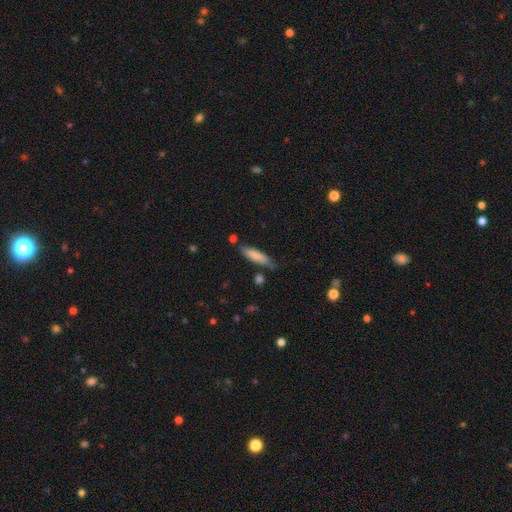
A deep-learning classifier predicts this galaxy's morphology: A smooth galaxy with no disk features (81%) that is cigar-shaped (71%).

Vote fractions:
- Smooth or featured? smooth: 81% / featured or disk: 13% / star or artifact: 6%
- How rounded? cigar-shaped: 71% / in between: 27% / round: 1%
- Merging? none: 70% / minor disturbance: 21% / merger: 5% / major disturbance: 4%